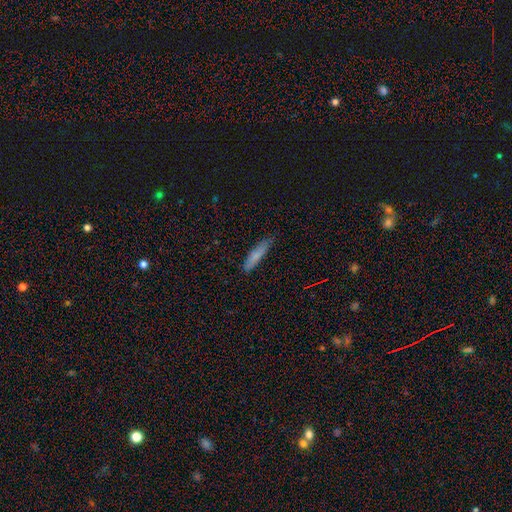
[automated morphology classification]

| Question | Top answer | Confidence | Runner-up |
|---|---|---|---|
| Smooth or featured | smooth | 76% | featured or disk (16%) |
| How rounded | cigar-shaped | 83% | in between (16%) |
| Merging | none | 80% | minor disturbance (16%) |